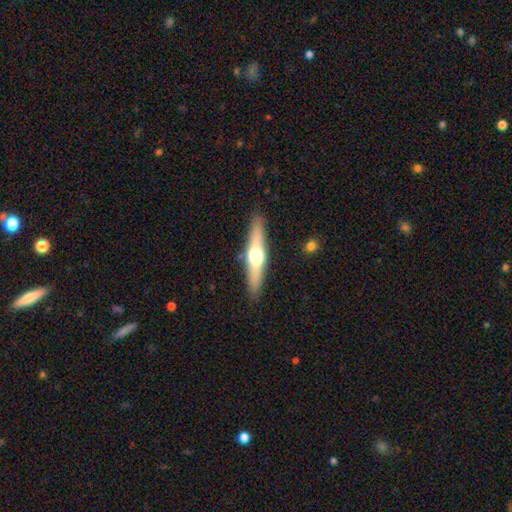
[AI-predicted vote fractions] Smooth or featured? Predicted: featured or disk (p=0.60). Edge-on disk? Predicted: yes (p=0.95). Edge-on bulge? Predicted: rounded (p=0.95). Merging? Predicted: none (p=0.89).